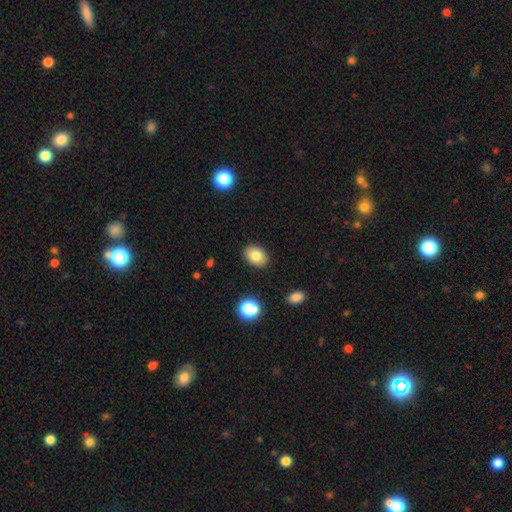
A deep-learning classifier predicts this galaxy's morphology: The model was most divided on "how rounded": in between: 72%, round: 27%, cigar-shaped: 1%. More confident: merging — none (88%); smooth or featured — smooth (81%).